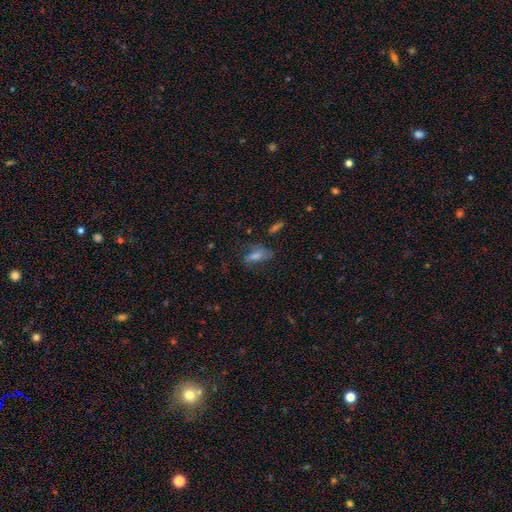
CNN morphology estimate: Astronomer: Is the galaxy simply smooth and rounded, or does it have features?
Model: smooth — 47% (runner-up: featured or disk, 33%).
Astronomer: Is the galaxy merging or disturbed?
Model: none — 52%.